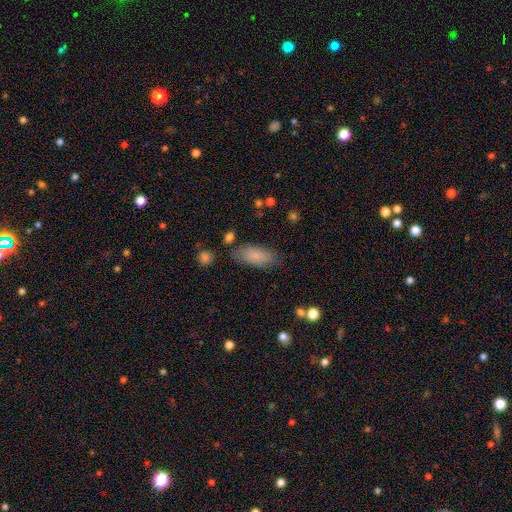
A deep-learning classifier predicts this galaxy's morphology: smooth 83%, featured or disk 10%, star or artifact 7%. Down the decision tree: how rounded — in between (84%); merging — none (75%).